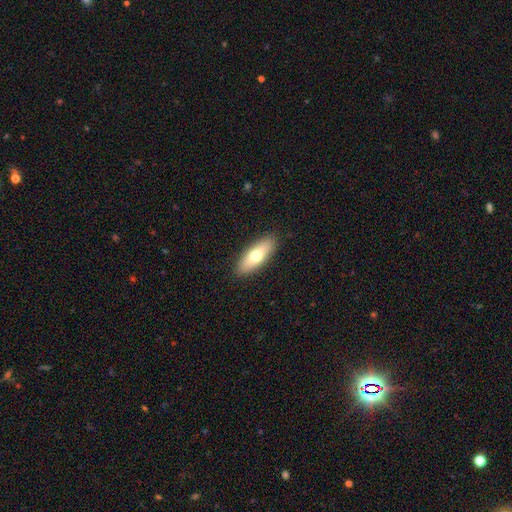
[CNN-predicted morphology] Smooth or featured? Predicted: smooth (p=0.67). How rounded? Predicted: in between (p=0.64). Merging? Predicted: none (p=0.89).